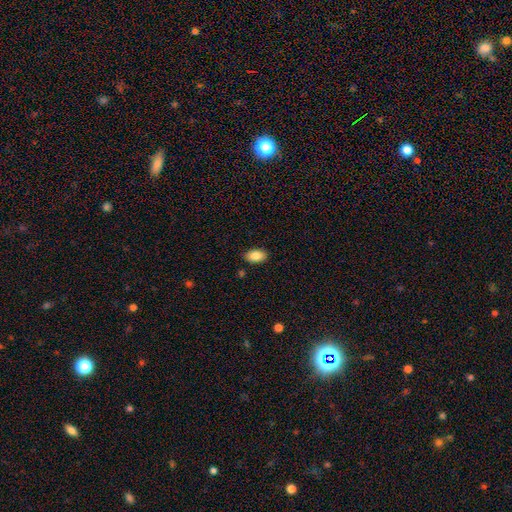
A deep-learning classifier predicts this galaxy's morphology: Q: Smooth or featured?
A: smooth (86%); runner-up: star or artifact (8%)
Q: How rounded?
A: in between (92%); runner-up: round (6%)
Q: Merging?
A: none (87%); runner-up: minor disturbance (9%)